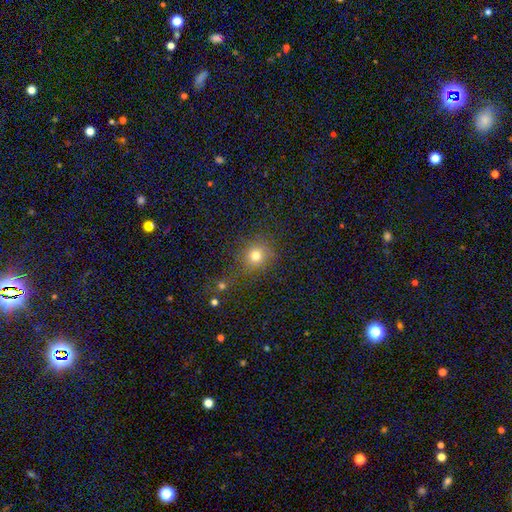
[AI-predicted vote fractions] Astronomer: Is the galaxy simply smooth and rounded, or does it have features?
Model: smooth — 74%.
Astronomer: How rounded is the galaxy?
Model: round — 86%.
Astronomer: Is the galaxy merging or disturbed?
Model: none — 74%.